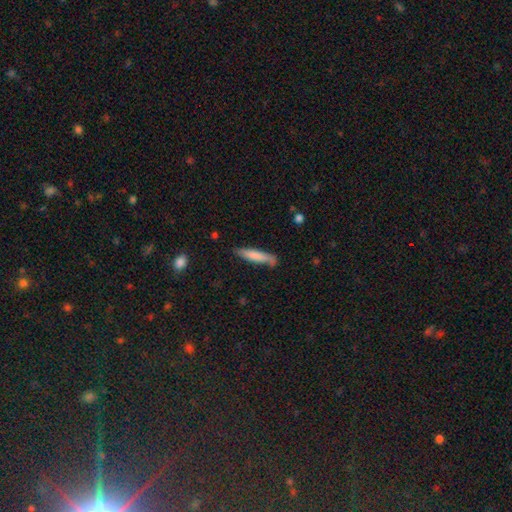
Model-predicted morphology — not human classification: The model was most divided on "merging": none: 73%, minor disturbance: 20%, major disturbance: 4%, merger: 3%. More confident: how rounded — cigar-shaped (87%); smooth or featured — smooth (76%).